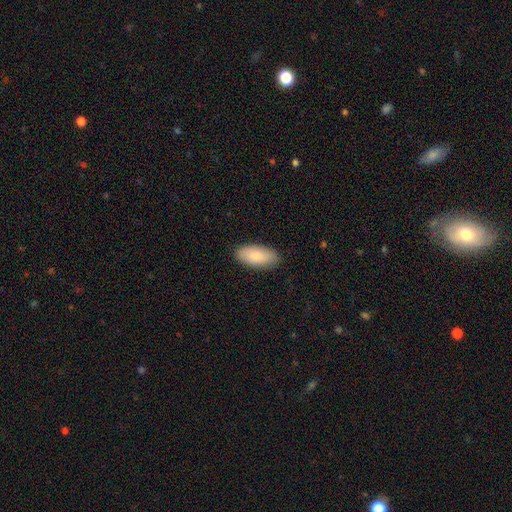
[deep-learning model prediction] The model was most divided on "merging": none: 88%, minor disturbance: 9%, major disturbance: 2%, merger: 1%. More confident: how rounded — in between (90%); smooth or featured — smooth (87%).